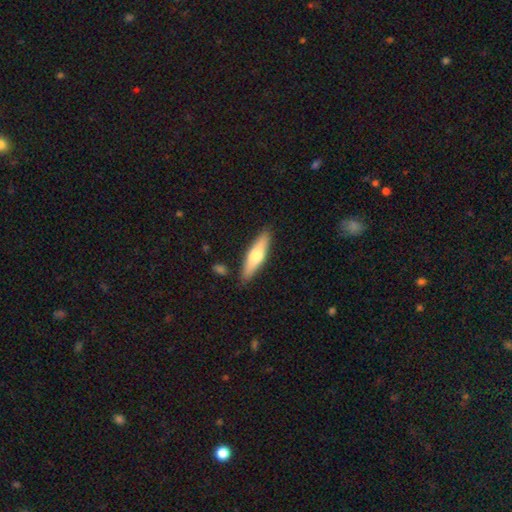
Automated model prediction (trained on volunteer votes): The model was most divided on "smooth or featured": smooth: 54%, featured or disk: 41%, star or artifact: 5%. More confident: merging — none (87%); how rounded — cigar-shaped (69%).